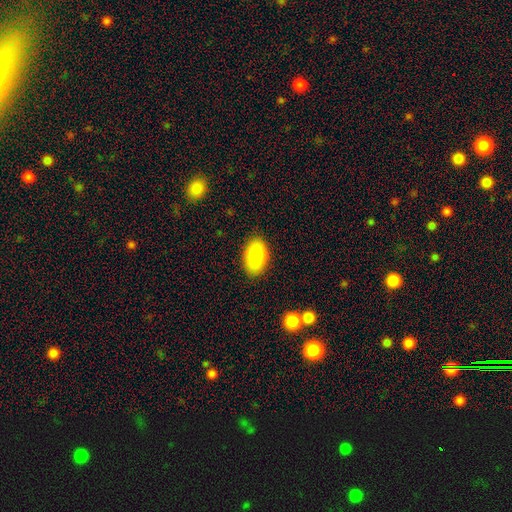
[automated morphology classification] The model was most divided on "smooth or featured": smooth: 85%, featured or disk: 8%, star or artifact: 7%. More confident: how rounded — in between (93%); merging — none (88%).